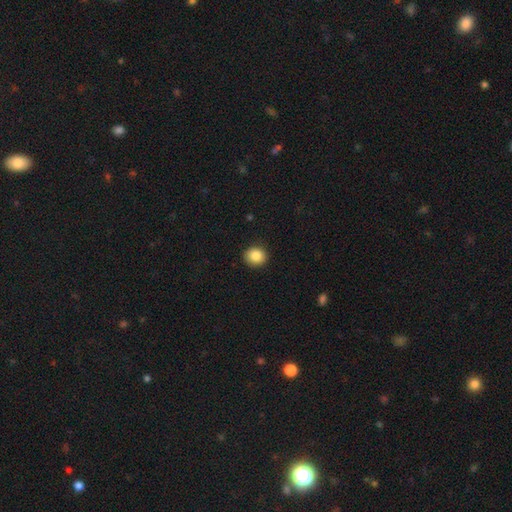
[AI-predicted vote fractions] Smooth or featured? smooth (87%)
How rounded? round (83%)
Merging? none (91%)